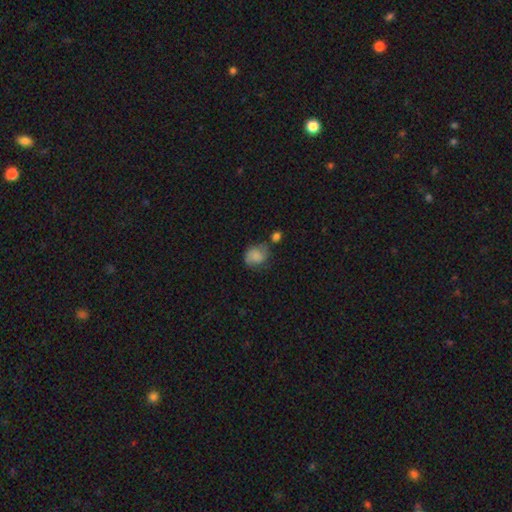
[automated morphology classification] Q: Smooth or featured?
A: smooth (71%); runner-up: featured or disk (20%)
Q: How rounded?
A: round (55%); runner-up: in between (44%)
Q: Merging?
A: none (53%); runner-up: minor disturbance (27%)